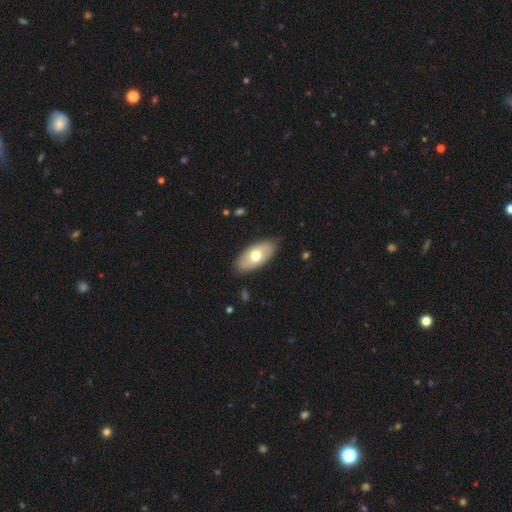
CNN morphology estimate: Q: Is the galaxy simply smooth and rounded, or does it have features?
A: smooth — 66%.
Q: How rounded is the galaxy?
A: in between — 91%.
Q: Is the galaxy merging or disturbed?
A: none — 85%.